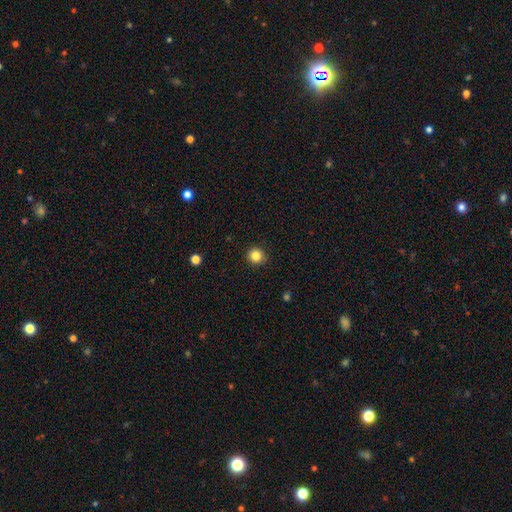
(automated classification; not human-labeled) smooth 84%, star or artifact 11%, featured or disk 5%. Down the decision tree: how rounded — round (92%); merging — none (92%).